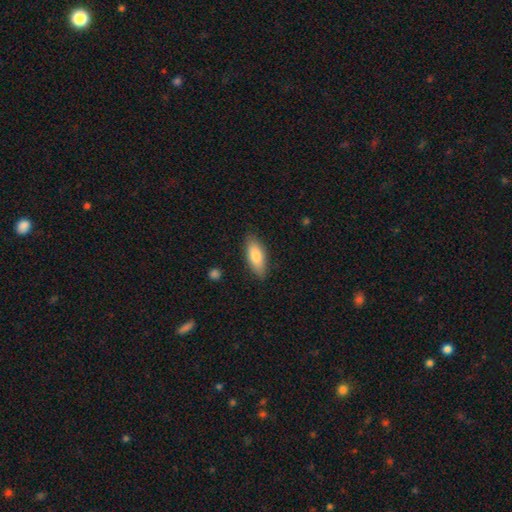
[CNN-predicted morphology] type=smooth (80%); roundness=in between (78%); merging=none (84%).